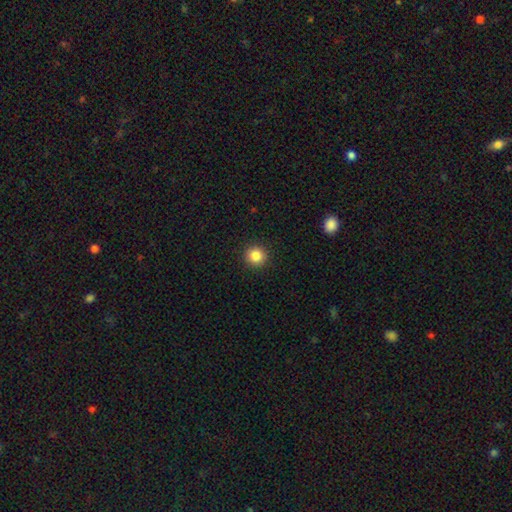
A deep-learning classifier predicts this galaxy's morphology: Smooth or featured? Predicted: smooth (p=0.86). How rounded? Predicted: round (p=0.93). Merging? Predicted: none (p=0.92).